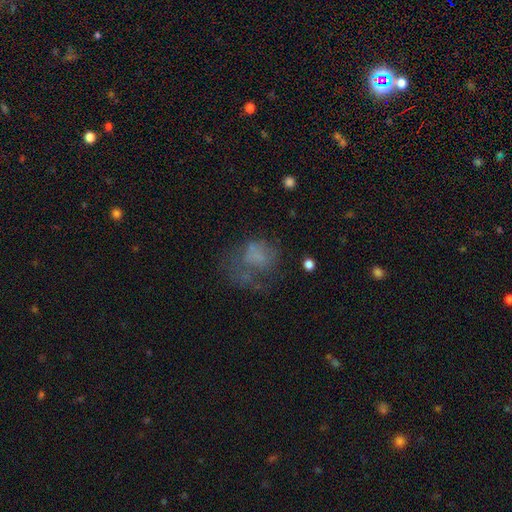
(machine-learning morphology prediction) Q: Smooth or featured?
A: smooth (51%); runner-up: featured or disk (32%)
Q: How rounded?
A: round (50%); runner-up: in between (48%)
Q: Merging?
A: major disturbance (39%); runner-up: none (35%)